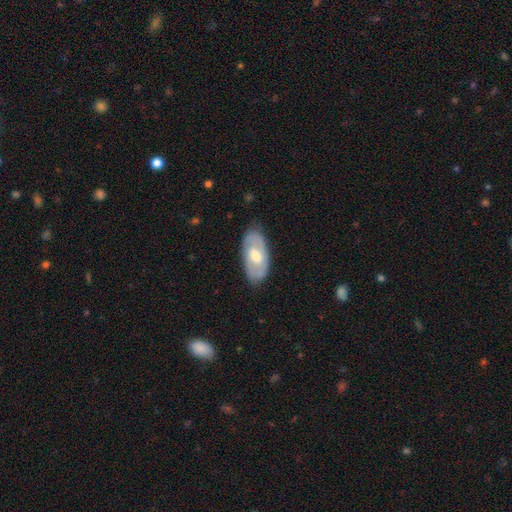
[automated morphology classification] Smooth or featured? featured or disk (57%)
Edge-on disk? no (90%)
Bar? no (46%)
Spiral arms? yes (58%)
Bulge size? moderate (68%)
Merging? none (80%)